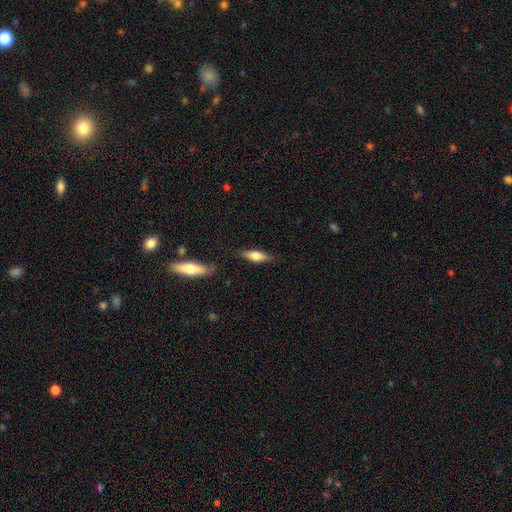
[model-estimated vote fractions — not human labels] smooth_or_featured: smooth (p=0.66) [alt: featured or disk p=0.28]
how_rounded: in between (p=0.57) [alt: cigar-shaped p=0.41]
merging: none (p=0.78) [alt: minor disturbance p=0.15]